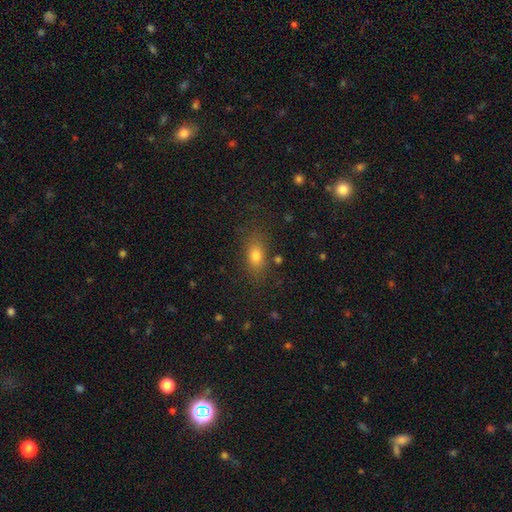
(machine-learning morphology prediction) Smooth or featured: smooth — 74% (star or artifact — 14%)
How rounded: in between — 72% (round — 17%)
Merging: none — 78% (minor disturbance — 14%)